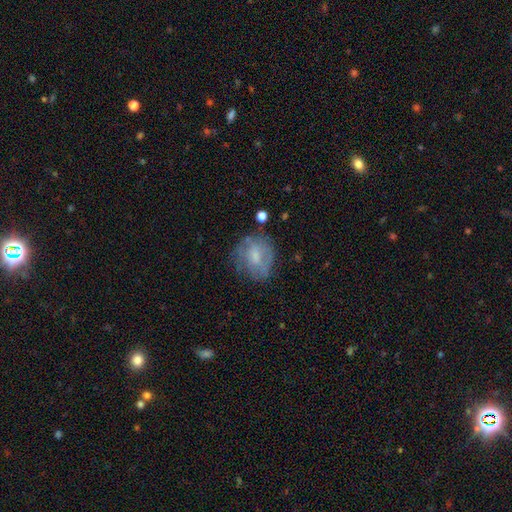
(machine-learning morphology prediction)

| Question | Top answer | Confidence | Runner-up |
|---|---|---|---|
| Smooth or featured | smooth | 47% | featured or disk (44%) |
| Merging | none | 60% | minor disturbance (23%) |